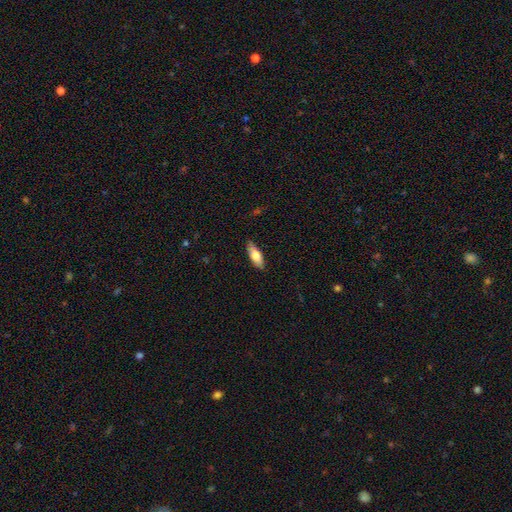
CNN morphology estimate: Overall: smooth (71%). How rounded: in between (66%; cigar-shaped 32%). Merging: none (86%).